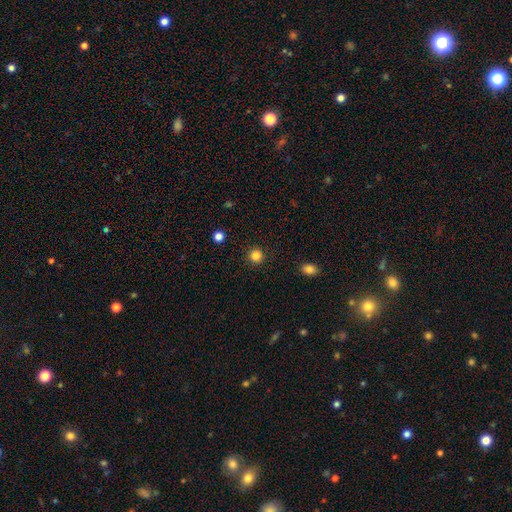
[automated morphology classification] A smooth galaxy with no disk features (84%) that is round (95%). Merging: none (92%).